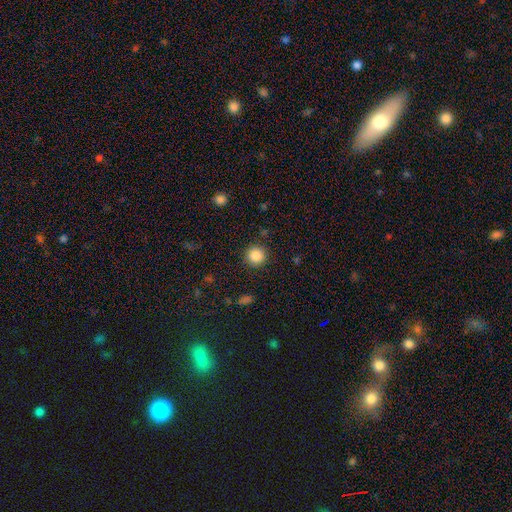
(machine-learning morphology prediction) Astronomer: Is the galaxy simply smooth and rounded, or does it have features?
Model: smooth — 86%.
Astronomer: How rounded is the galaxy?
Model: round — 95%.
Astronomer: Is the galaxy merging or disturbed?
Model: none — 91%.